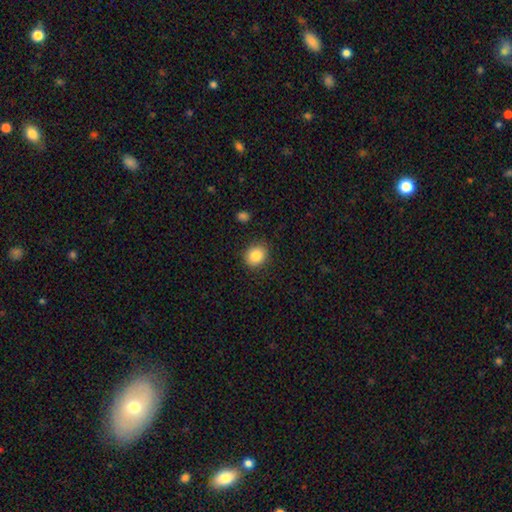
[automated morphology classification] Smooth or featured? Predicted: smooth (p=0.84). How rounded? Predicted: round (p=0.73). Merging? Predicted: none (p=0.87).